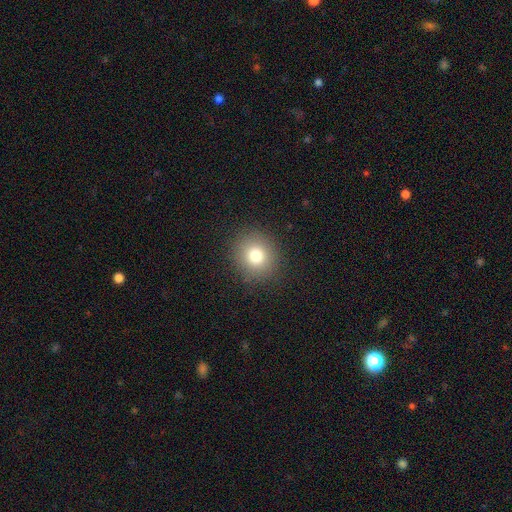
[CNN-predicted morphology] This appears to be a smooth galaxy with no disk features (78%) that is round (88%). Merging: none (90%).